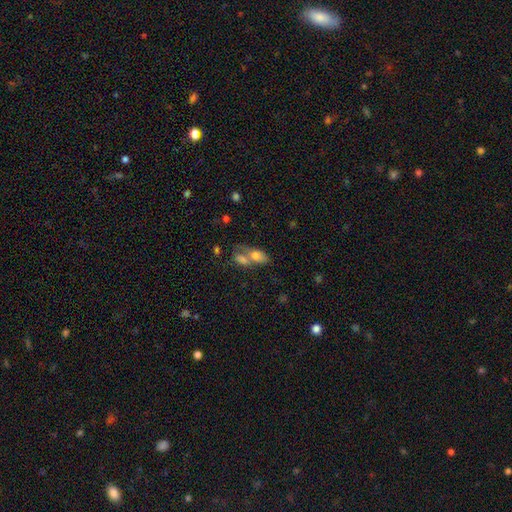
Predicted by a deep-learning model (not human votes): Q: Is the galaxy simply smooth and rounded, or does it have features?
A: smooth — 72%.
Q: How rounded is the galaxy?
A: in between — 85%.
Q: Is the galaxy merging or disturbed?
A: merger — 64%.